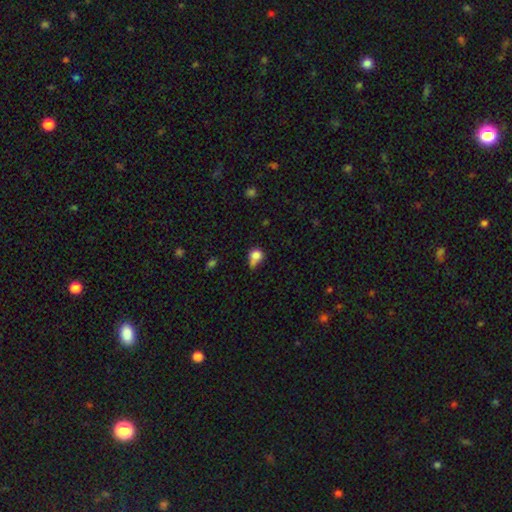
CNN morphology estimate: smooth-or-featured: smooth: 79% | star or artifact: 11% | featured or disk: 10%
  how-rounded: round: 62% | in between: 36% | cigar-shaped: 2%
  merging: minor disturbance: 33% | none: 31% | major disturbance: 18% | merger: 17%